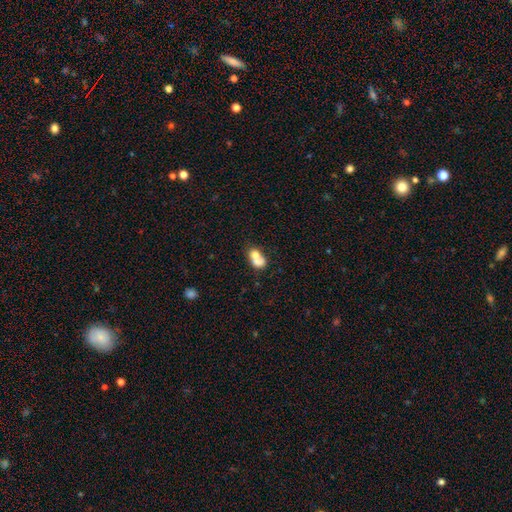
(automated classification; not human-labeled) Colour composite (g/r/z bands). It shows a smooth galaxy with no disk features (68%) that is in between round and cigar-shaped (63%). Merging: merger (69%).